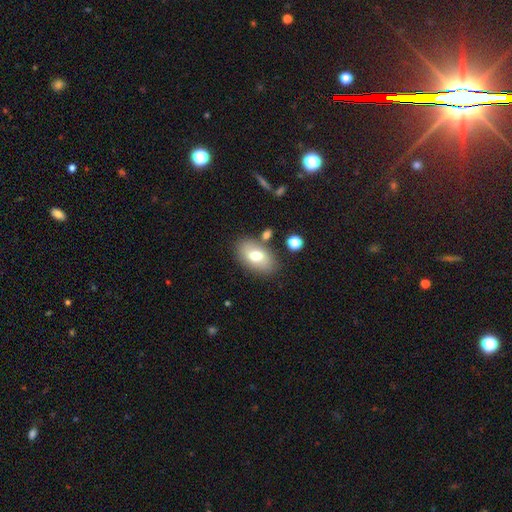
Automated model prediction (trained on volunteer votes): Q: Smooth or featured?
A: smooth (72%); runner-up: featured or disk (20%)
Q: How rounded?
A: in between (90%); runner-up: round (8%)
Q: Merging?
A: none (77%); runner-up: minor disturbance (13%)